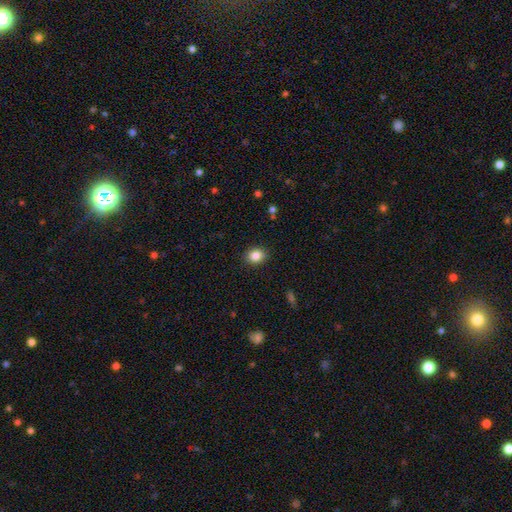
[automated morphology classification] A smooth galaxy with no disk features (85%) that is round (51%). Merging: none (89%).